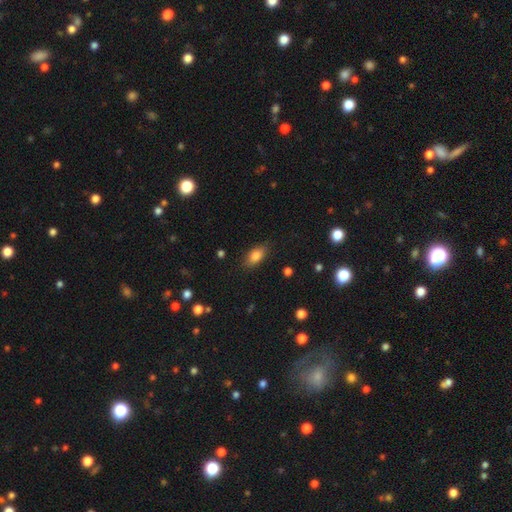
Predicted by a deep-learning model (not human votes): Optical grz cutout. It shows a smooth galaxy with no disk features (82%) that is in between round and cigar-shaped (87%). Merging: none (84%).